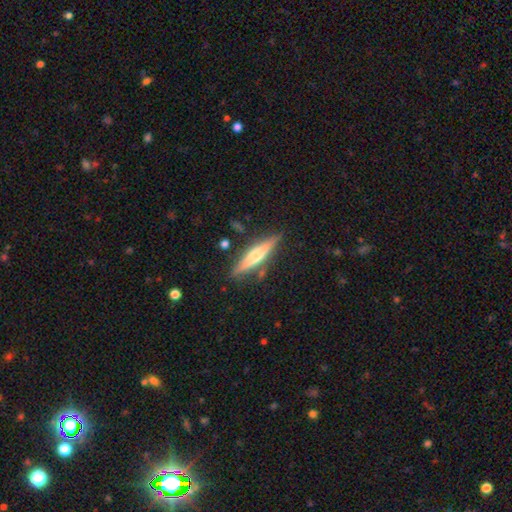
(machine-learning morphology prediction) featured or disk 56%, smooth 37%, star or artifact 7%. Down the decision tree: edge-on disk — yes (94%); edge-on bulge — rounded (80%); merging — none (82%).